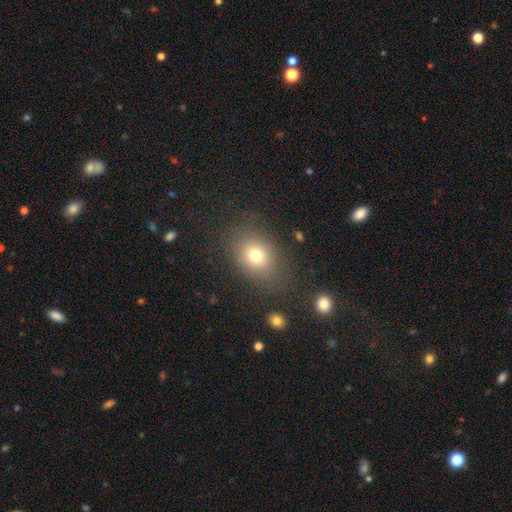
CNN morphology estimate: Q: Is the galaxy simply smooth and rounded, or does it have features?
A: smooth — 74%.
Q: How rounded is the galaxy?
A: in between — 57%.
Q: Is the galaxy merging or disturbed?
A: none — 75%.